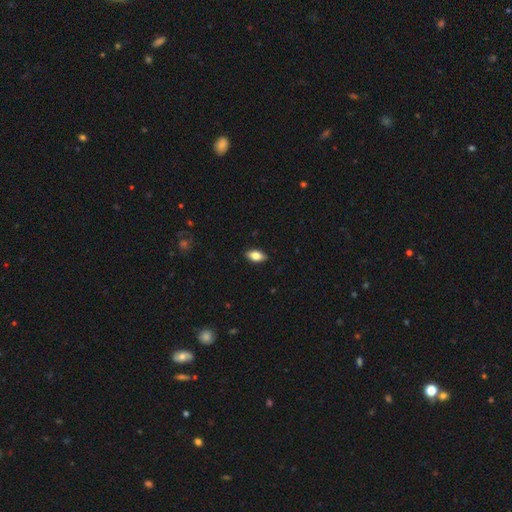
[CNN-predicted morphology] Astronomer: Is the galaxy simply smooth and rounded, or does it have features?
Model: smooth — 81%.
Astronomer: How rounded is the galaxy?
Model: in between — 91%.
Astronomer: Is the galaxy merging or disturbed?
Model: none — 89%.